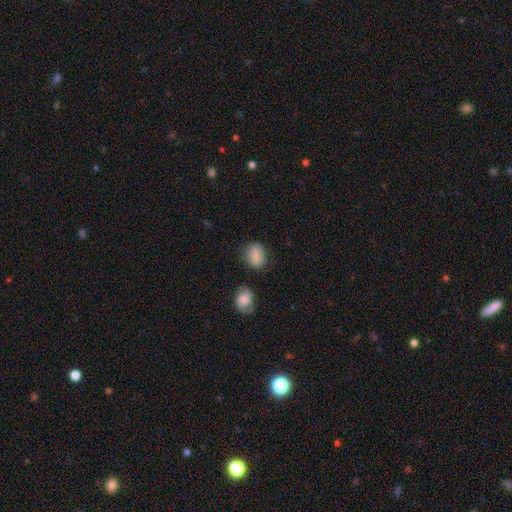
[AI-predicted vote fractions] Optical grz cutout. It shows a smooth galaxy with no disk features (83%) that is round (50%). Merging: none (76%).